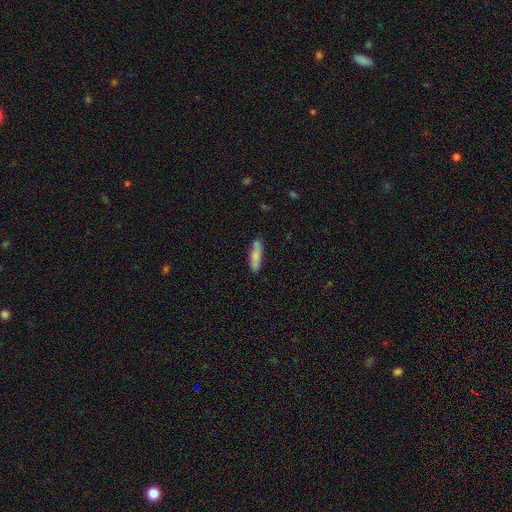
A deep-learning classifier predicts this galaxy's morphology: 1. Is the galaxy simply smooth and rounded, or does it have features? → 82% smooth, 12% featured or disk, 6% star or artifact.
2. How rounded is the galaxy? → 67% cigar-shaped, 31% in between, 2% round.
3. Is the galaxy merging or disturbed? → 84% none, 12% minor disturbance, 2% major disturbance, 2% merger.